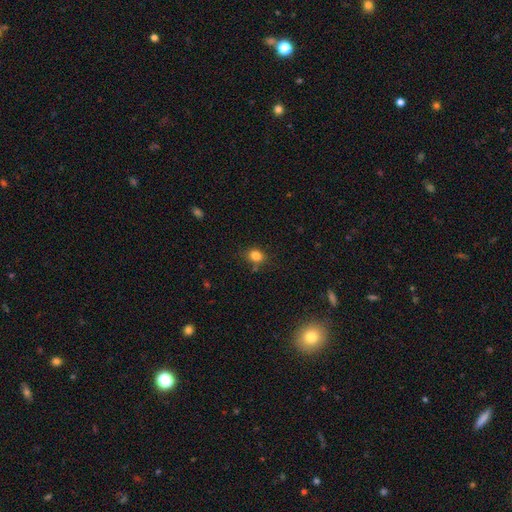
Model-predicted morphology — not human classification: This is clearly a smooth galaxy (83%). How rounded: possibly in between (49%, tied with round). Merging: likely none (76%).